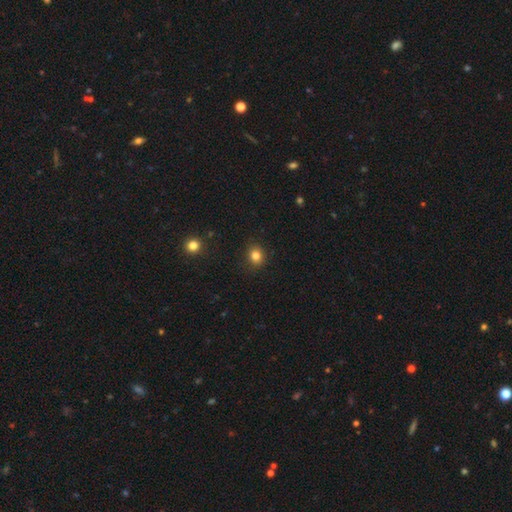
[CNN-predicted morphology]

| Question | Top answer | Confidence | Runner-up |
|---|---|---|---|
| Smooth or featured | smooth | 82% | star or artifact (12%) |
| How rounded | round | 73% | in between (26%) |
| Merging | none | 89% | minor disturbance (7%) |